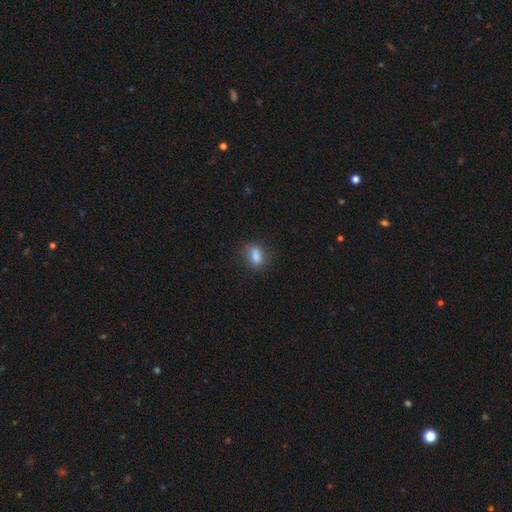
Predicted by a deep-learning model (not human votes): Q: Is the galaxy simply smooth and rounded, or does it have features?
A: smooth — 83%.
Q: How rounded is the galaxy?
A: in between — 77%.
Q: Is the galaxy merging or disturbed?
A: none — 76%.